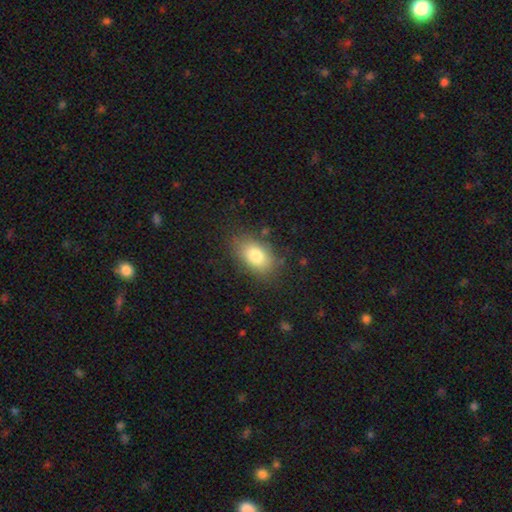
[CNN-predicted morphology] Smooth or featured? smooth (80%)
How rounded? in between (88%)
Merging? none (80%)